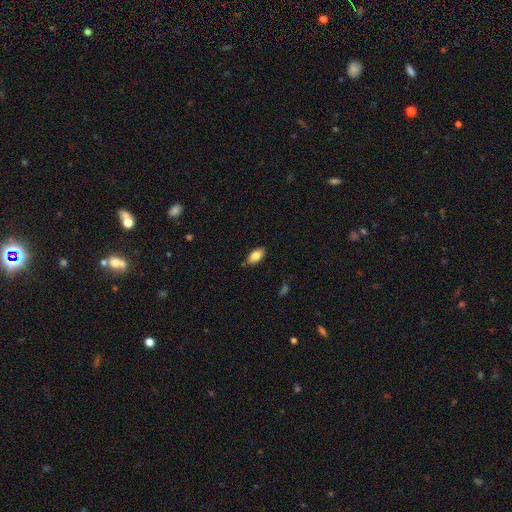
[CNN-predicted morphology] A smooth galaxy with no disk features (82%) that is in between round and cigar-shaped (91%). Merging: none (85%).